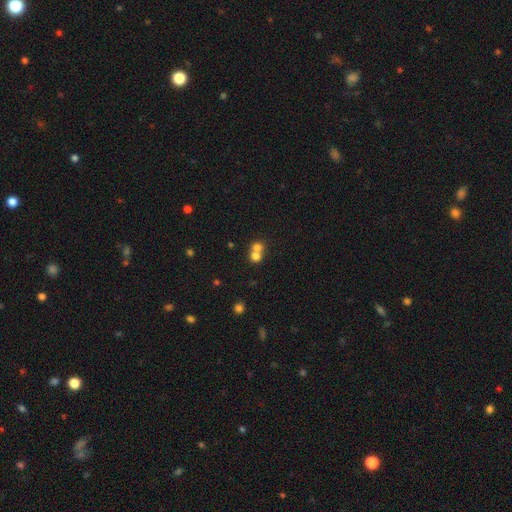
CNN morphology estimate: A smooth galaxy with no disk features (74%) that is round (78%).

Vote fractions:
- Smooth or featured? smooth: 74% / featured or disk: 14% / star or artifact: 12%
- How rounded? round: 78% / in between: 21% / cigar-shaped: 1%
- Merging? merger: 64% / none: 29% / minor disturbance: 4% / major disturbance: 3%